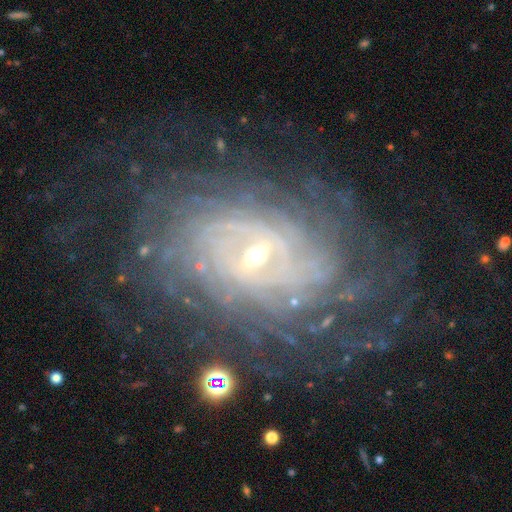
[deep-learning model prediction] A featured or disk galaxy (88%) with a weak bar (47%), tight (77%) spiral arms (95%) and a small central bulge (73%).

Vote fractions:
- Smooth or featured? featured or disk: 88% / star or artifact: 7% / smooth: 5%
- Edge-on disk? no: 96% / yes: 4%
- Bar? weak: 47% / no: 31% / strong: 22%
- Spiral arms? yes: 95% / no: 5%
- Spiral winding? tight: 77% / medium: 18% / loose: 6%
- Spiral arm count? can't tell: 39% / more than 4: 24% / 4: 13% / 2: 9% / 3: 8% / 1: 7%
- Bulge size? small: 73% / moderate: 23% / large: 2% / none: 1% / dominant: 1%
- Merging? none: 74% / minor disturbance: 14% / major disturbance: 10% / merger: 2%